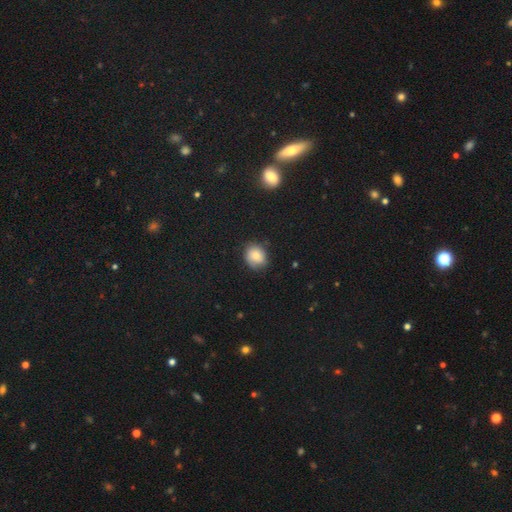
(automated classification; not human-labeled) Smooth or featured? Predicted: smooth (p=0.76). How rounded? Predicted: round (p=0.69). Merging? Predicted: none (p=0.73).